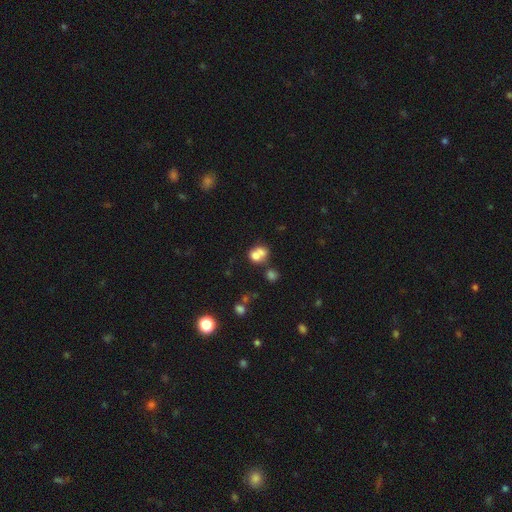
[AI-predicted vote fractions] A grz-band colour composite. It shows a smooth galaxy with no disk features (69%) that is round (63%). Merging: merger (59%).